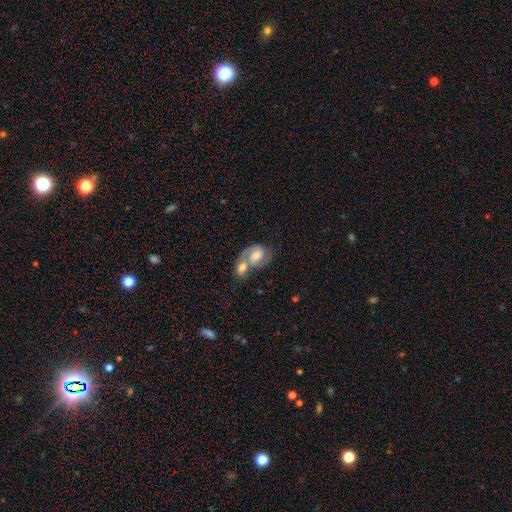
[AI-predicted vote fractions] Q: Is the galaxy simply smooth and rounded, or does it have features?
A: featured or disk — 67%.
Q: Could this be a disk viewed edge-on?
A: no — 97%.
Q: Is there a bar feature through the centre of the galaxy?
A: no — 51%.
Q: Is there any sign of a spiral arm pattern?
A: yes — 88%.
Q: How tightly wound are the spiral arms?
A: medium — 48%.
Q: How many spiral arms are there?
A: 2 — 69%.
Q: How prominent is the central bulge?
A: moderate — 47%.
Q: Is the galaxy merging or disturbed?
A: merger — 66%.